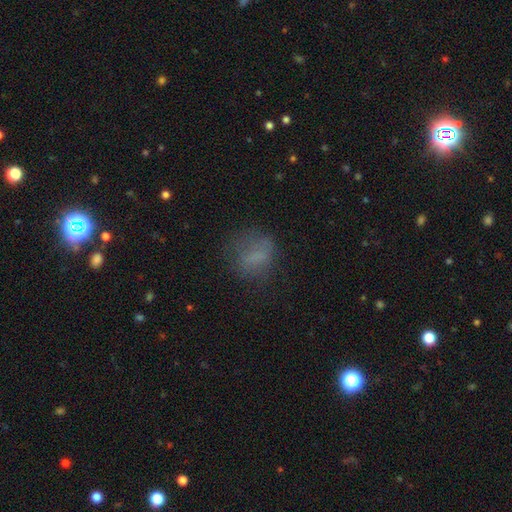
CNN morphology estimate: Smooth or featured? smooth (67%)
How rounded? round (51%)
Merging? none (59%)